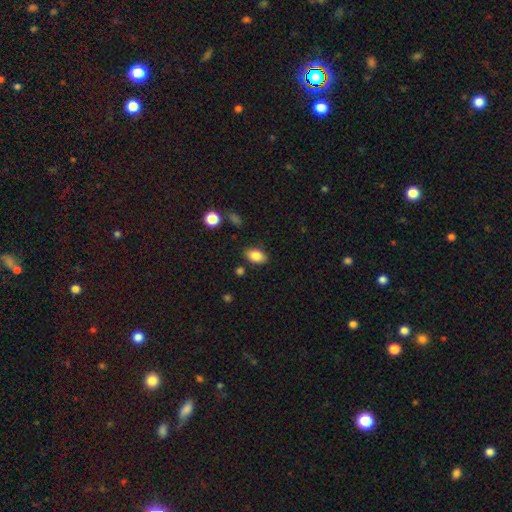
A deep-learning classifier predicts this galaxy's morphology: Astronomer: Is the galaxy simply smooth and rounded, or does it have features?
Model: smooth — 85%.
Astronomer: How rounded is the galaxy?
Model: in between — 89%.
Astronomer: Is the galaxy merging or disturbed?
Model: none — 84%.